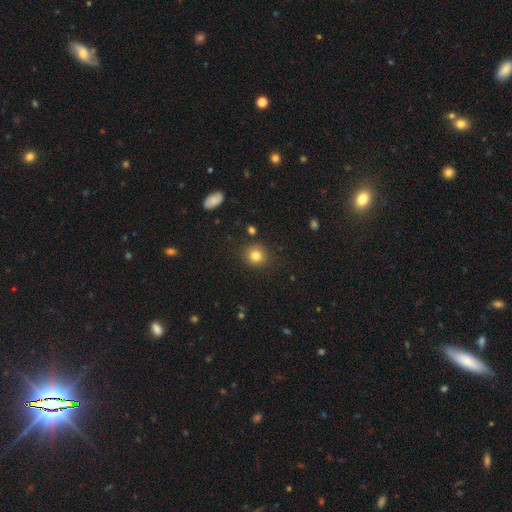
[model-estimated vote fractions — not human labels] Smooth or featured? Predicted: smooth (p=0.82). How rounded? Predicted: round (p=0.86). Merging? Predicted: none (p=0.87).